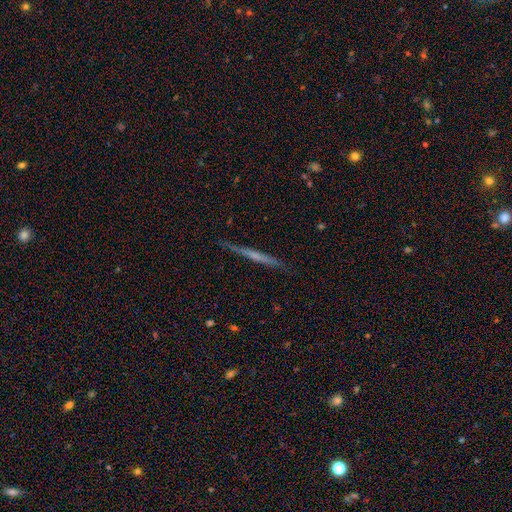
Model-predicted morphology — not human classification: A featured or disk galaxy (58%) viewed edge-on (97%) with no central bulge (72%).

Vote fractions:
- Smooth or featured? featured or disk: 58% / smooth: 36% / star or artifact: 7%
- Edge-on disk? yes: 97% / no: 3%
- Edge-on bulge? none: 72% / rounded: 19% / boxy: 9%
- Merging? none: 87% / minor disturbance: 9% / major disturbance: 2% / merger: 1%